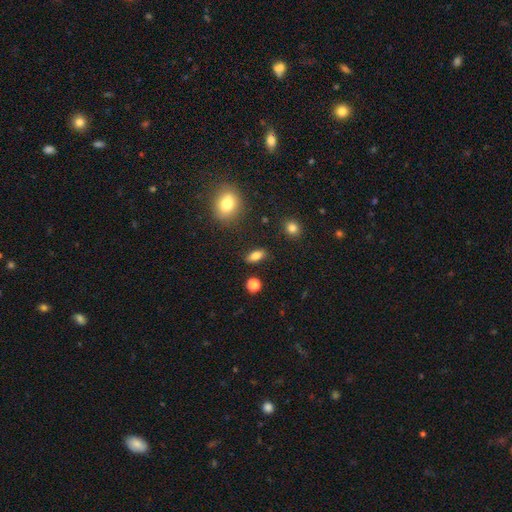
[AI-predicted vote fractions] The model was most divided on "how rounded": in between: 82%, cigar-shaped: 11%, round: 7%. More confident: merging — none (86%); smooth or featured — smooth (82%).